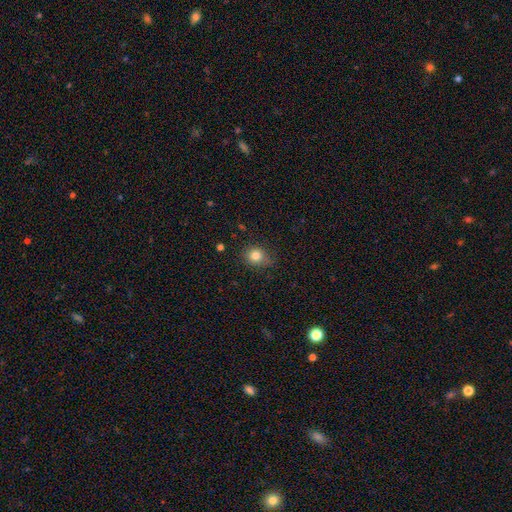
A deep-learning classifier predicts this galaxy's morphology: smooth-or-featured: smooth: 82% | star or artifact: 12% | featured or disk: 7%
  how-rounded: round: 74% | in between: 25% | cigar-shaped: 1%
  merging: none: 72% | minor disturbance: 22% | major disturbance: 5% | merger: 1%